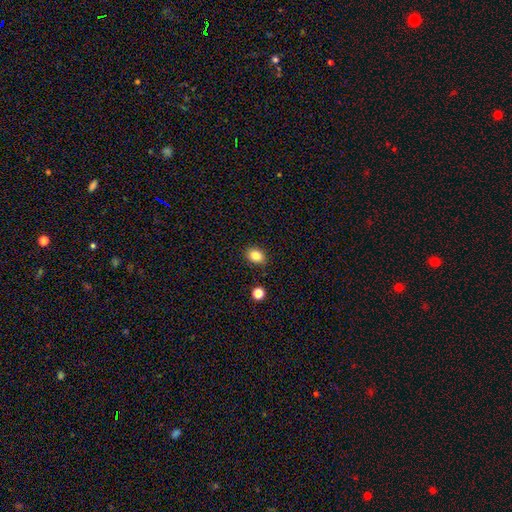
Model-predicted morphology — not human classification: This is clearly a smooth galaxy (84%). How rounded: possibly in between (60%). Merging: clearly none (87%).